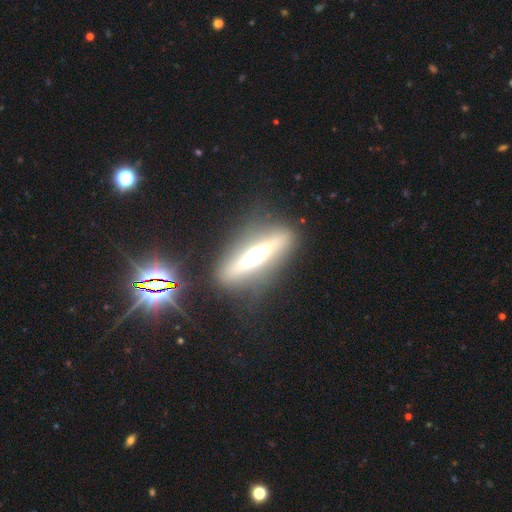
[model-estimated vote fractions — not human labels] Smooth or featured? Predicted: featured or disk (p=0.73). Edge-on disk? Predicted: yes (p=0.90). Edge-on bulge? Predicted: rounded (p=0.85). Merging? Predicted: none (p=0.83).